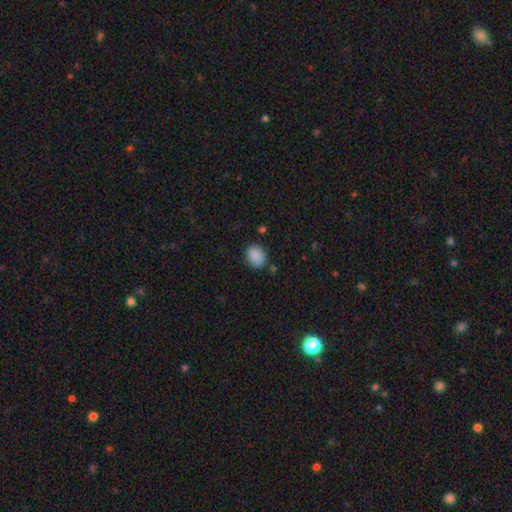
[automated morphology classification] Overall: smooth (88%). How rounded: round (50%; in between 49%). Merging: none (79%).